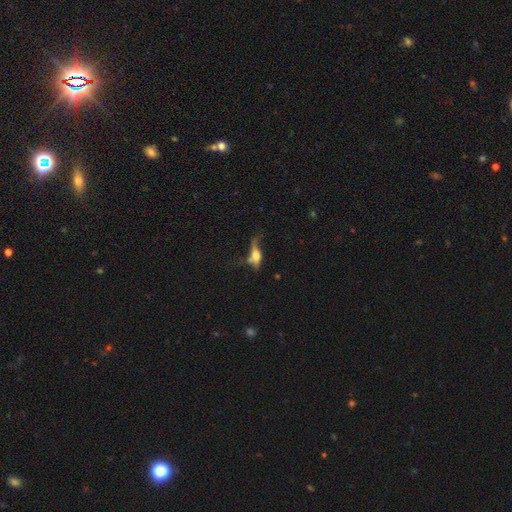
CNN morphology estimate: Smooth or featured?
  - featured or disk: 45% * (tied)
  - smooth: 45% * (tied)
  - star or artifact: 11%
Merging?
  - none: 33% *
  - major disturbance: 30%
  - minor disturbance: 22%
  - merger: 15%